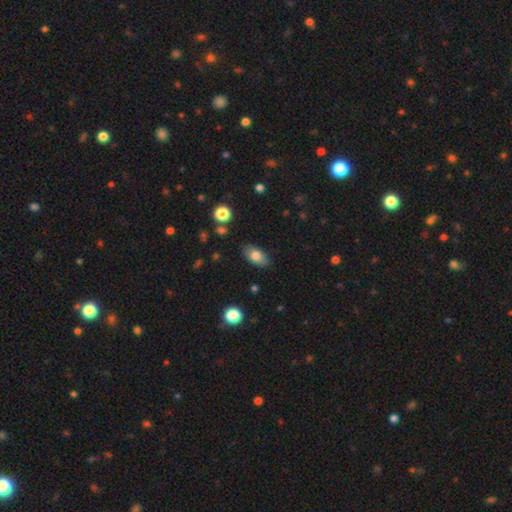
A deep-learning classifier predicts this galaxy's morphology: type=smooth (77%); roundness=in between (90%); merging=none (84%).